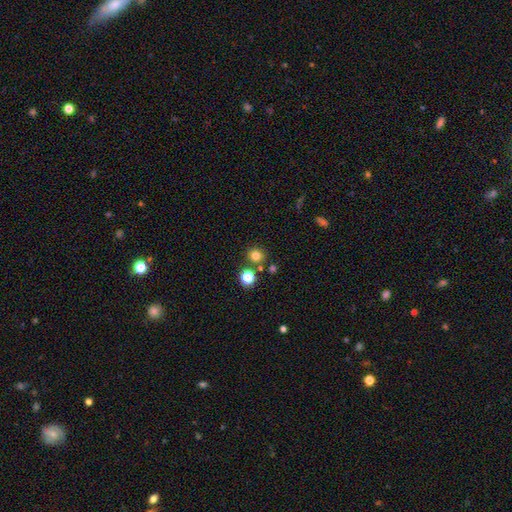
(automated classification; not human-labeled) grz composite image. It shows a smooth galaxy with no disk features (78%) that is round (88%). Merging: none (80%).